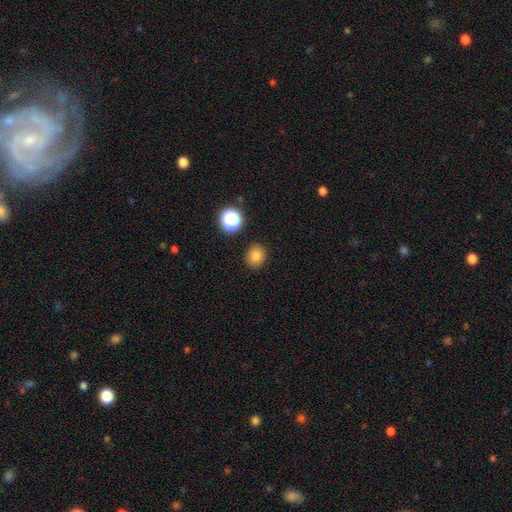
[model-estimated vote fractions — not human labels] A smooth galaxy with no disk features (81%) that is round (67%).

Vote fractions:
- Smooth or featured? smooth: 81% / star or artifact: 13% / featured or disk: 6%
- How rounded? round: 67% / in between: 32% / cigar-shaped: 1%
- Merging? none: 89% / minor disturbance: 7% / major disturbance: 2% / merger: 2%